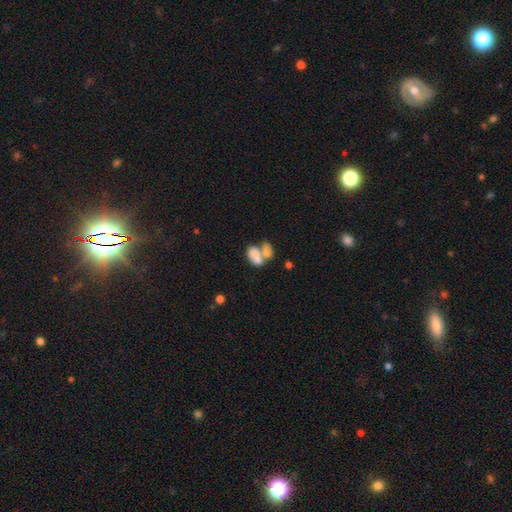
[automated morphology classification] A smooth galaxy with no disk features (71%) that is in between round and cigar-shaped (88%). Merging: merger (65%).